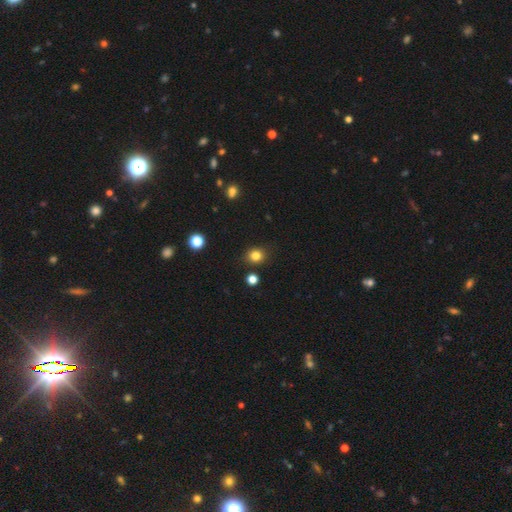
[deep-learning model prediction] Smooth or featured: smooth — 82% (star or artifact — 13%)
How rounded: round — 73% (in between — 26%)
Merging: none — 86% (minor disturbance — 9%)